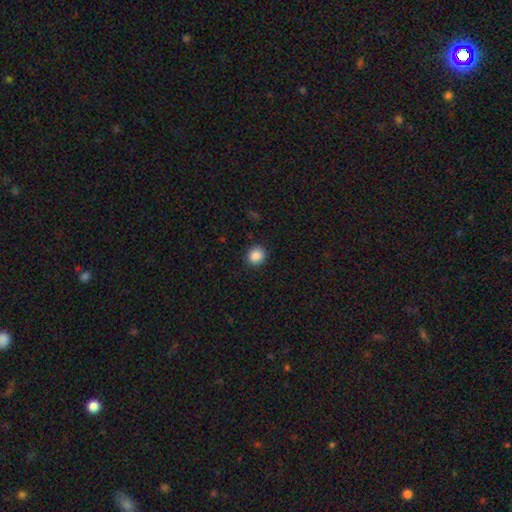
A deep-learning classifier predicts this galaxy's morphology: Overall: smooth (87%). How rounded: round (87%). Merging: none (91%).